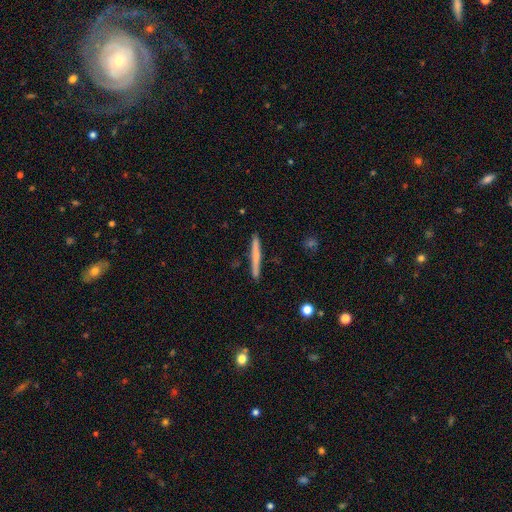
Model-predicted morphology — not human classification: Overall: smooth (59%; featured or disk 35%). How rounded: cigar-shaped (97%). Merging: none (91%).